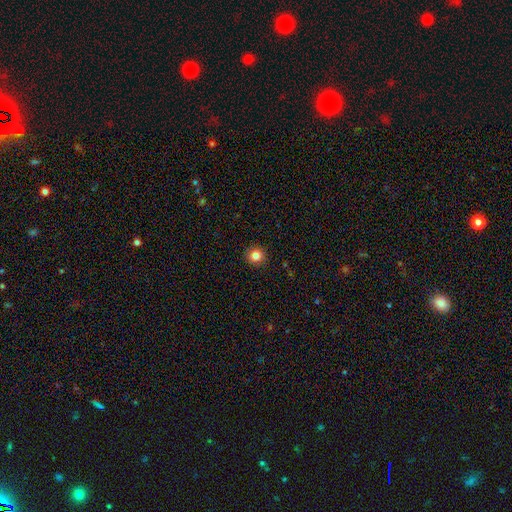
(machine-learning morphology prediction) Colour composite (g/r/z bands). It shows a smooth galaxy with no disk features (83%) that is round (92%). Merging: none (91%).